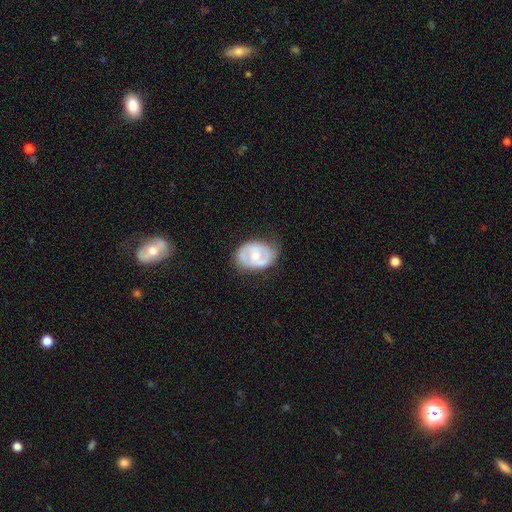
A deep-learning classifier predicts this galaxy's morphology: Q: Smooth or featured?
A: featured or disk (59%); runner-up: smooth (36%)
Q: Edge-on disk?
A: no (96%); runner-up: yes (4%)
Q: Bar?
A: no (62%); runner-up: weak (30%)
Q: Spiral arms?
A: yes (51%); runner-up: no (49%)
Q: Bulge size?
A: moderate (57%); runner-up: small (34%)
Q: Merging?
A: none (66%); runner-up: minor disturbance (24%)